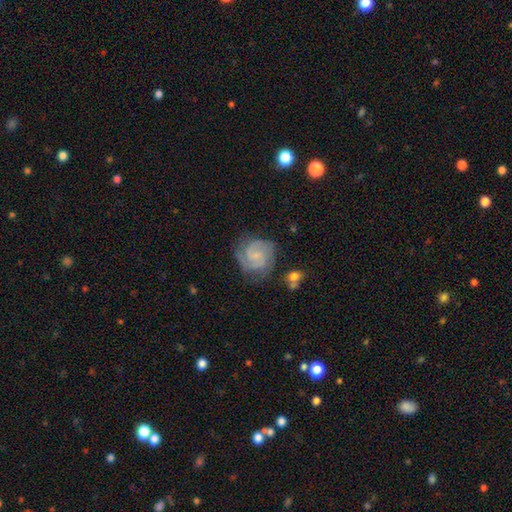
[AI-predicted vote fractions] featured or disk 82%, smooth 12%, star or artifact 6%. Down the decision tree: edge-on disk — no (98%); bar — no (55%); spiral arms — yes (97%); spiral arm count — 2 (65%); spiral winding — tight (50%); bulge size — small (63%); merging — none (72%).